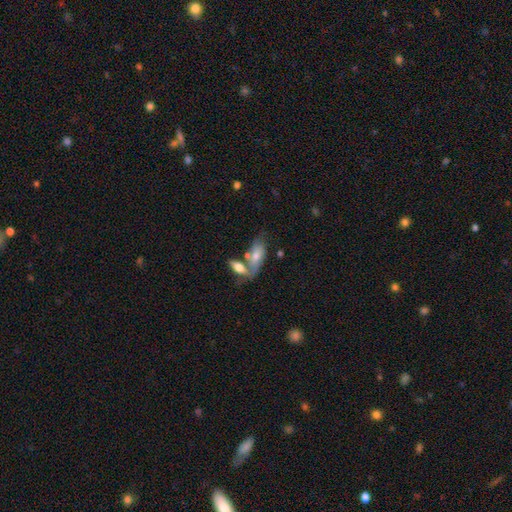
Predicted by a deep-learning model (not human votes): Morphology: type=smooth (63%); roundness=in between (83%); merging=merger (42%).